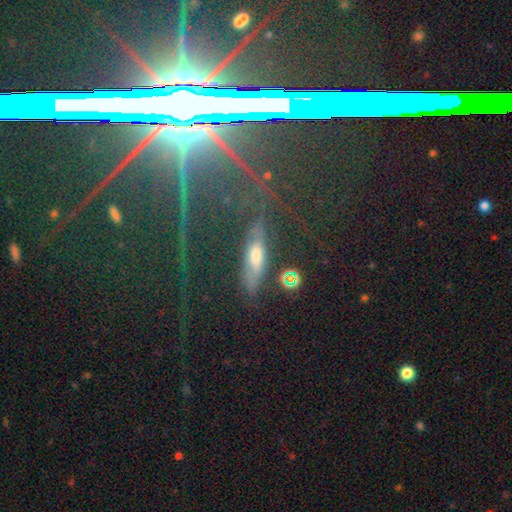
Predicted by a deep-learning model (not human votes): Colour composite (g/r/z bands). It shows a featured or disk galaxy (39%). Merging: none (71%).